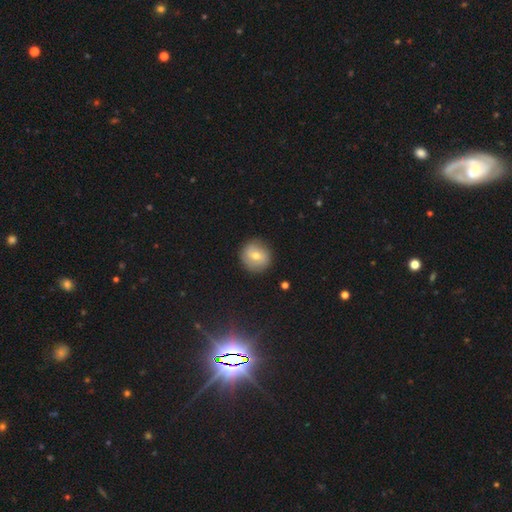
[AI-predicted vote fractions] smooth 63%, featured or disk 27%, star or artifact 10%. Down the decision tree: how rounded — round (91%); merging — none (86%).